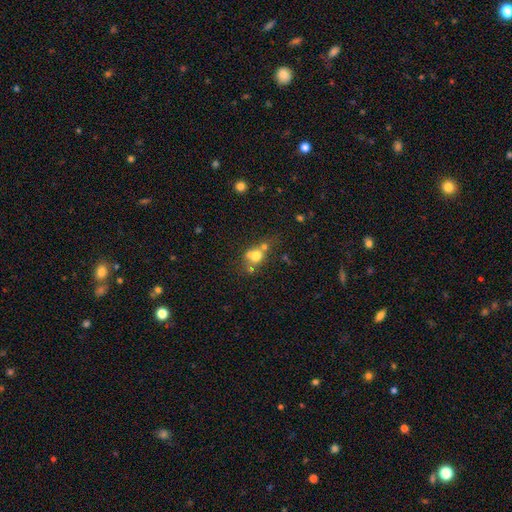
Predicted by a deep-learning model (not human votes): Smooth or featured?
  - smooth: 66% *
  - featured or disk: 20%
  - star or artifact: 14%
How rounded?
  - round: 67% *
  - in between: 31%
  - cigar-shaped: 2%
Merging?
  - merger: 50% *
  - none: 32%
  - minor disturbance: 11%
  - major disturbance: 7%